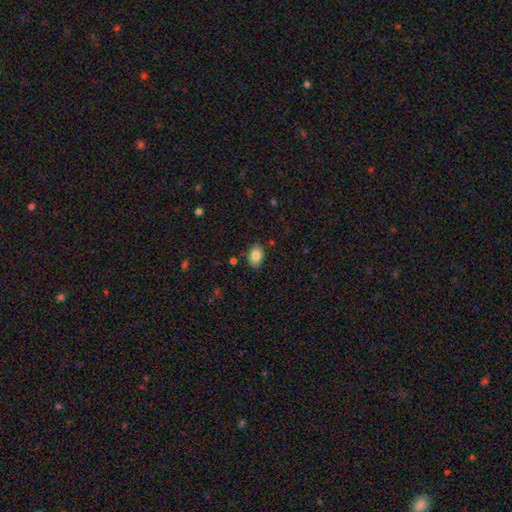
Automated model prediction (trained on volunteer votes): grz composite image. It shows a smooth galaxy with no disk features (83%) that is in between round and cigar-shaped (85%). Merging: none (85%).